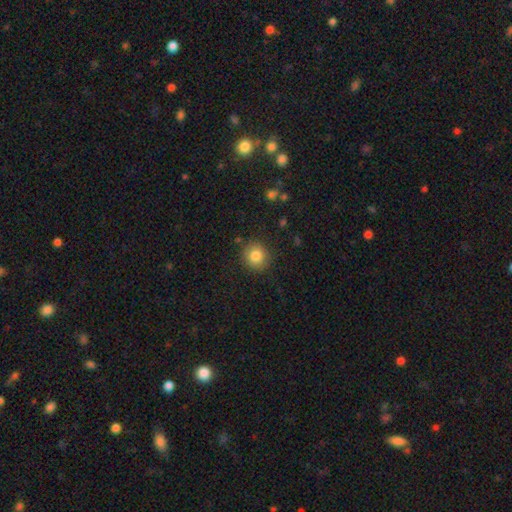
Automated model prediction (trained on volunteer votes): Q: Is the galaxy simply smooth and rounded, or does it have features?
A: smooth — 83%.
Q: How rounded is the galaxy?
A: round — 89%.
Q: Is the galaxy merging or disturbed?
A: none — 87%.